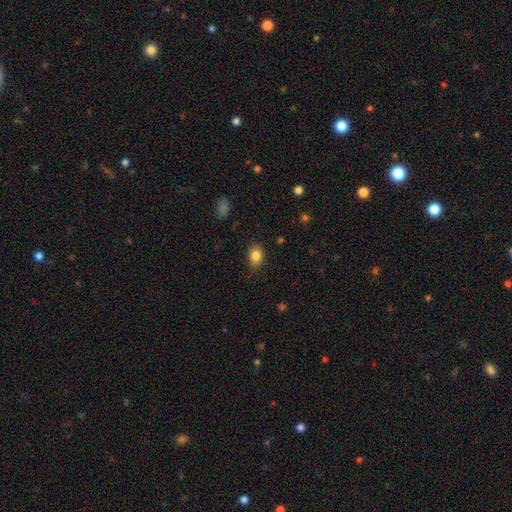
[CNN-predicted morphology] A smooth galaxy with no disk features (84%) that is in between round and cigar-shaped (67%).

Vote fractions:
- Smooth or featured? smooth: 84% / star or artifact: 10% / featured or disk: 7%
- How rounded? in between: 67% / round: 32% / cigar-shaped: 1%
- Merging? none: 75% / minor disturbance: 20% / major disturbance: 3% / merger: 1%